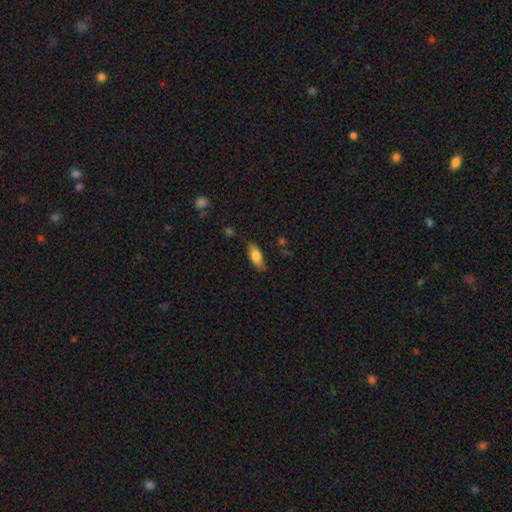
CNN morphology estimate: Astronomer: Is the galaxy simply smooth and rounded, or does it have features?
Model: smooth — 76%.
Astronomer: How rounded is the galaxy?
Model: in between — 80%.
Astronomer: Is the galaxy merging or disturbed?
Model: none — 74%.